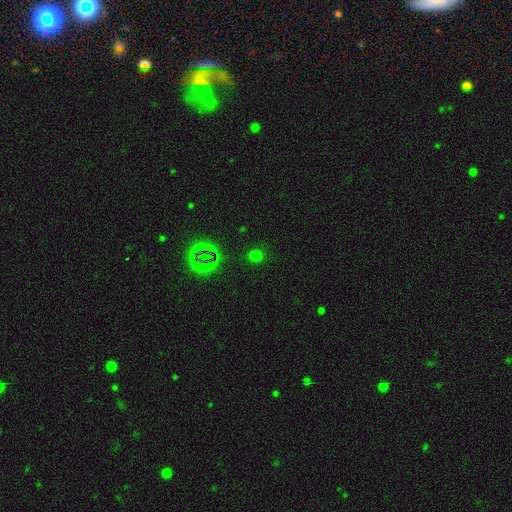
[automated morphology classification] Smooth or featured?
  - smooth: 58% *
  - star or artifact: 36%
  - featured or disk: 6%
How rounded?
  - round: 87% *
  - in between: 12%
  - cigar-shaped: 1%
Merging?
  - none: 87% *
  - minor disturbance: 8%
  - major disturbance: 3%
  - merger: 2%